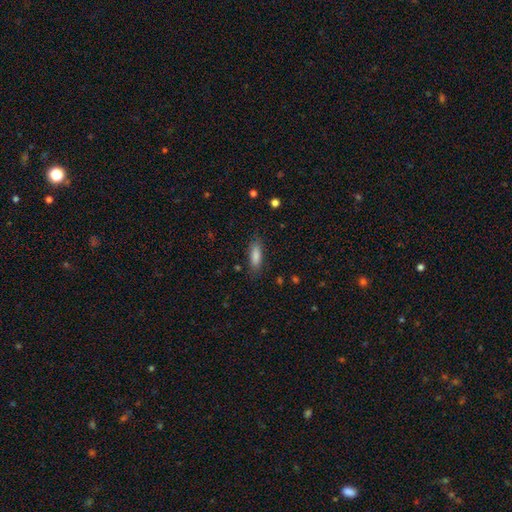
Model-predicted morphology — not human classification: The model was most divided on "how rounded": in between: 54%, cigar-shaped: 44%, round: 2%. More confident: smooth or featured — smooth (84%); merging — none (82%).